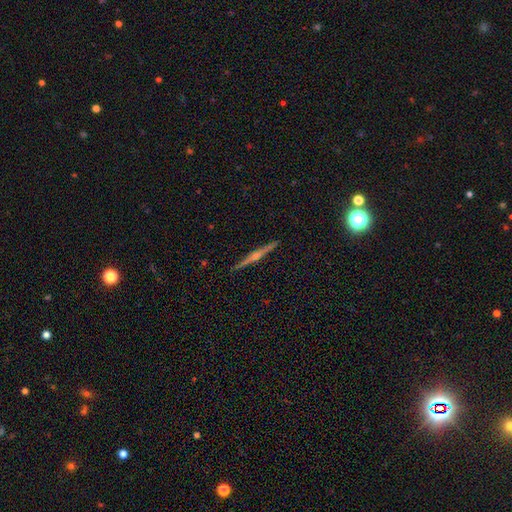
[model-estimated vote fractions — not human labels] This is likely a featured or disk galaxy (71%). It is clearly viewed edge-on (96%). Edge-on bulge: clearly rounded (80%). Merging: clearly none (90%).